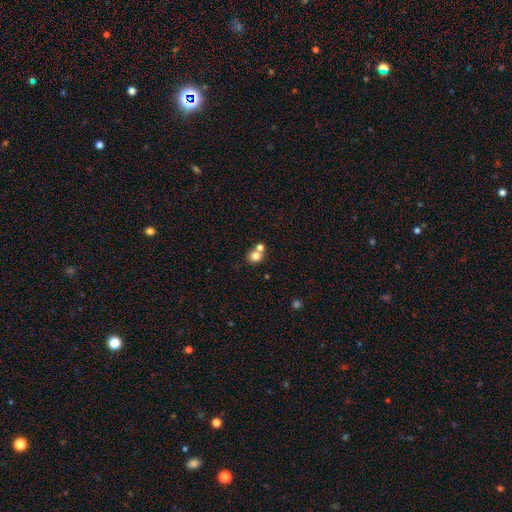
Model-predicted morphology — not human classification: The model was most divided on "merging": none: 47%, merger: 43%, minor disturbance: 7%, major disturbance: 3%. More confident: smooth or featured — smooth (79%); how rounded — round (78%).